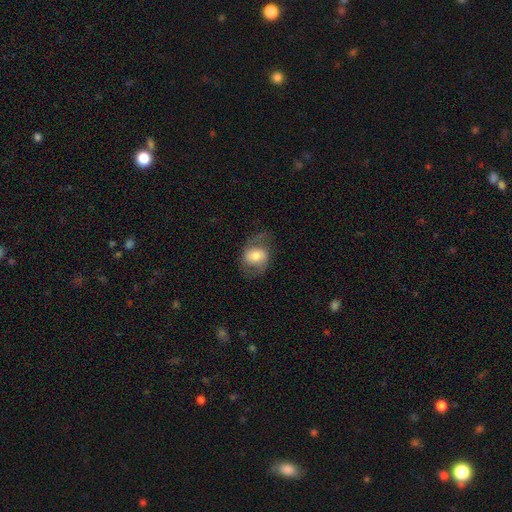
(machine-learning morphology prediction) Overall: smooth (50%; featured or disk 42%). Merging: none (60%; minor disturbance 22%).